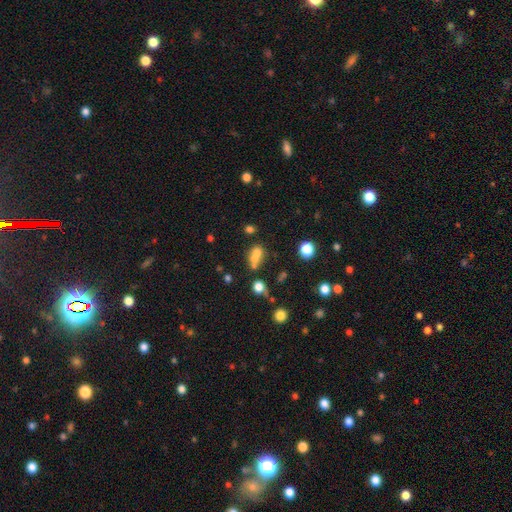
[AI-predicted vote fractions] Morphology: type=smooth (65%); roundness=round (58%); merging=merger (56%).